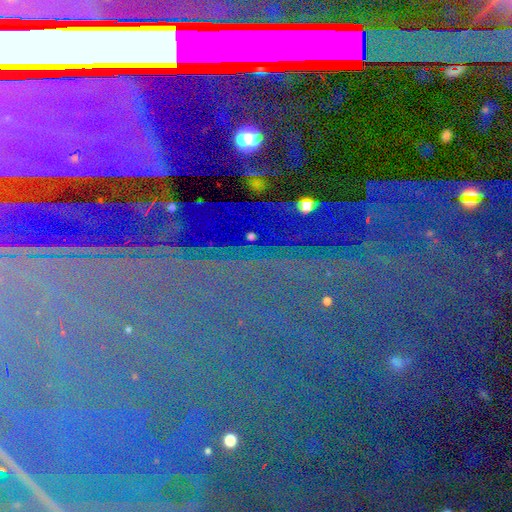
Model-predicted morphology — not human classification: Smooth or featured? Predicted: star or artifact (p=0.84).